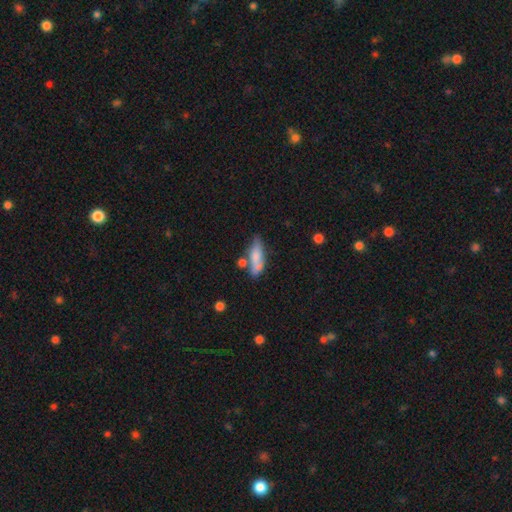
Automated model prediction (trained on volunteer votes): Q: Smooth or featured?
A: smooth (71%); runner-up: featured or disk (22%)
Q: How rounded?
A: in between (55%); runner-up: cigar-shaped (42%)
Q: Merging?
A: none (52%); runner-up: minor disturbance (23%)